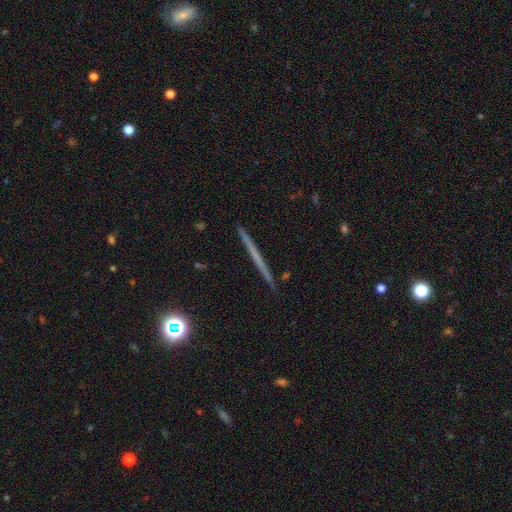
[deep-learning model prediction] This is possibly a featured or disk galaxy (55%). It is clearly viewed edge-on (98%). Edge-on bulge: clearly none (91%). Merging: clearly none (92%).